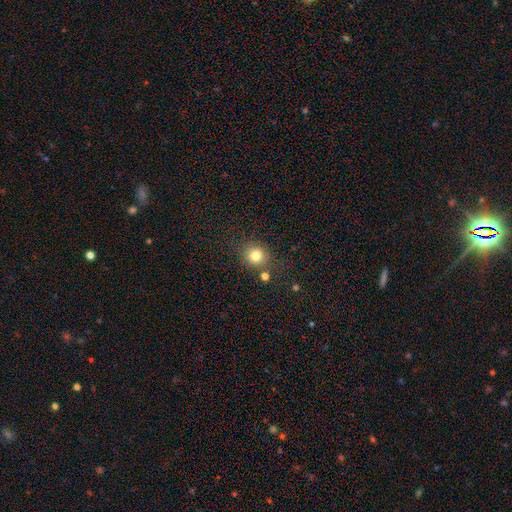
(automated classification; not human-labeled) smooth 79%, star or artifact 13%, featured or disk 7%. Down the decision tree: how rounded — round (86%); merging — none (78%).